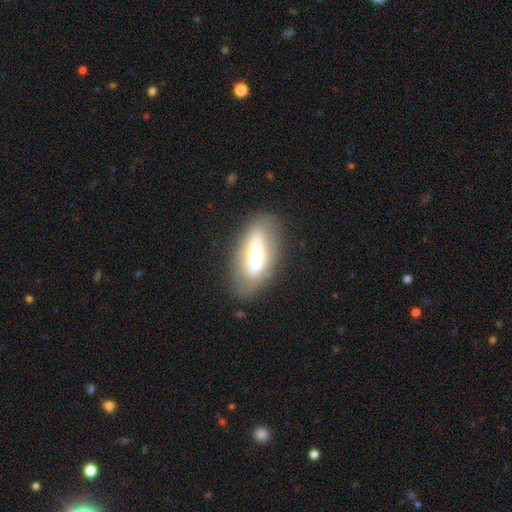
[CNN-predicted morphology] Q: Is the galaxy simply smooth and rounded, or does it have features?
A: featured or disk — 53%.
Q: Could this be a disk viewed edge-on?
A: no — 82%.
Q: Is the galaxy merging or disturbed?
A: none — 75%.